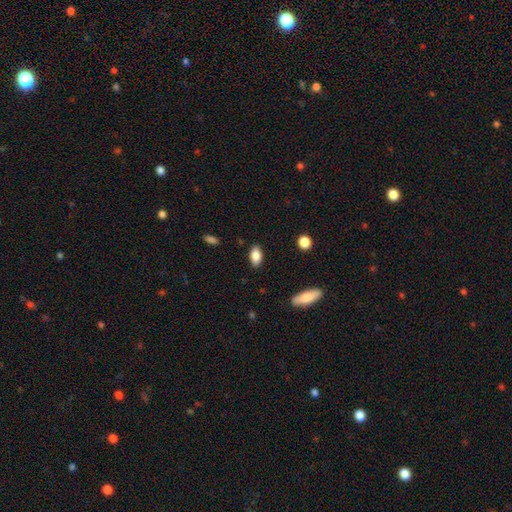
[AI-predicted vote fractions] The model was most divided on "smooth or featured": smooth: 83%, featured or disk: 9%, star or artifact: 7%. More confident: how rounded — in between (90%); merging — none (87%).